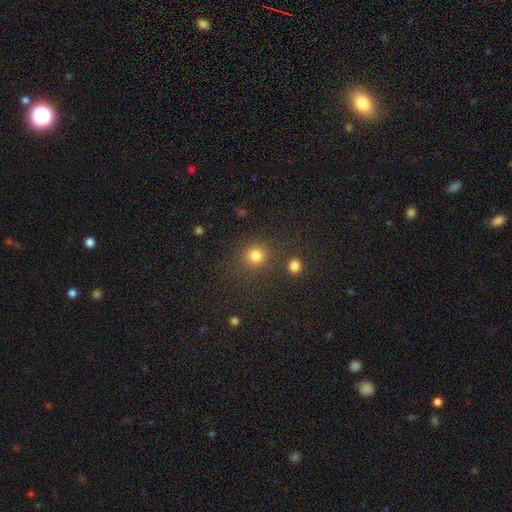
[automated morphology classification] Q: Smooth or featured?
A: smooth (80%); runner-up: star or artifact (15%)
Q: How rounded?
A: round (89%); runner-up: in between (10%)
Q: Merging?
A: none (81%); runner-up: minor disturbance (8%)